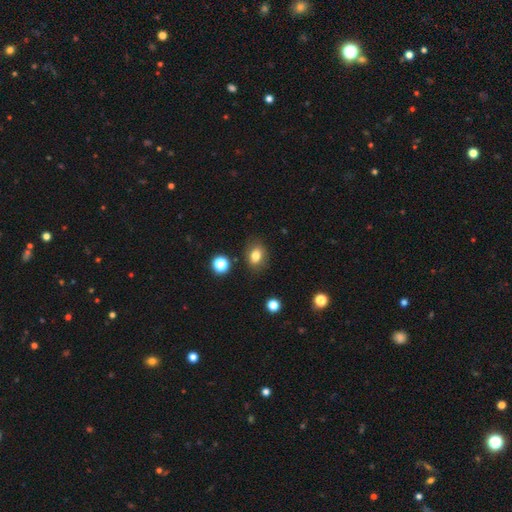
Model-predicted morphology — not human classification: Smooth or featured: smooth — 79% (star or artifact — 11%)
How rounded: in between — 64% (round — 35%)
Merging: none — 81% (minor disturbance — 12%)